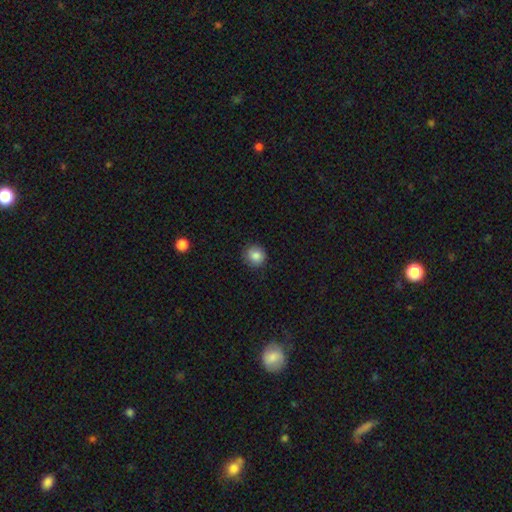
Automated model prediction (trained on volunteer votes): This appears to be a smooth galaxy with no disk features (85%) that is round (90%). Merging: none (89%).